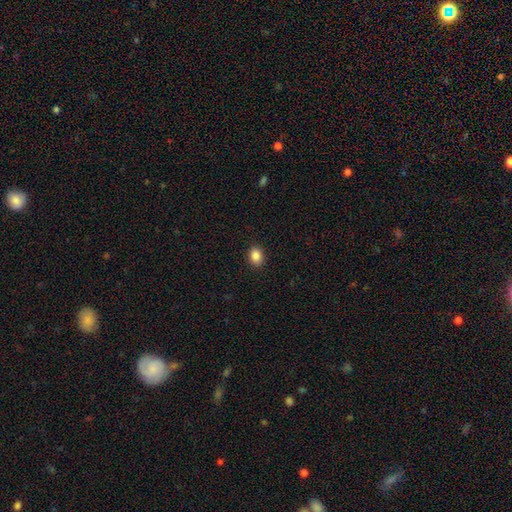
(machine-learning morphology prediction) This appears to be a smooth galaxy with no disk features (86%) that is in between round and cigar-shaped (59%). Merging: none (90%).